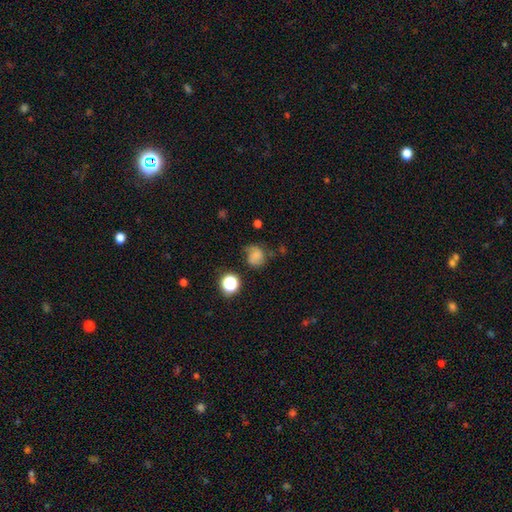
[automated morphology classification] Overall: smooth (62%; featured or disk 22%). How rounded: round (71%). Merging: none (52%; minor disturbance 29%).